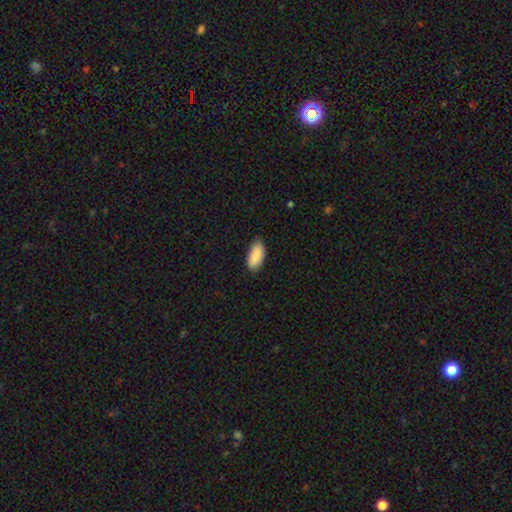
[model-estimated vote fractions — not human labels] This appears to be a smooth galaxy with no disk features (90%) that is in between round and cigar-shaped (88%). Merging: none (85%).